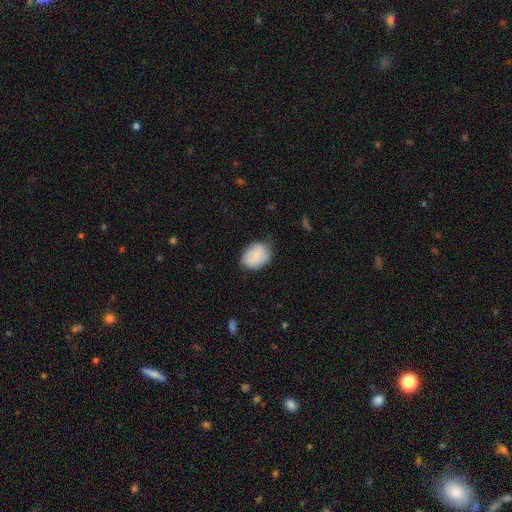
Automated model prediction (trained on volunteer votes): Q: Smooth or featured?
A: smooth (78%); runner-up: featured or disk (15%)
Q: How rounded?
A: in between (66%); runner-up: round (33%)
Q: Merging?
A: none (63%); runner-up: minor disturbance (30%)